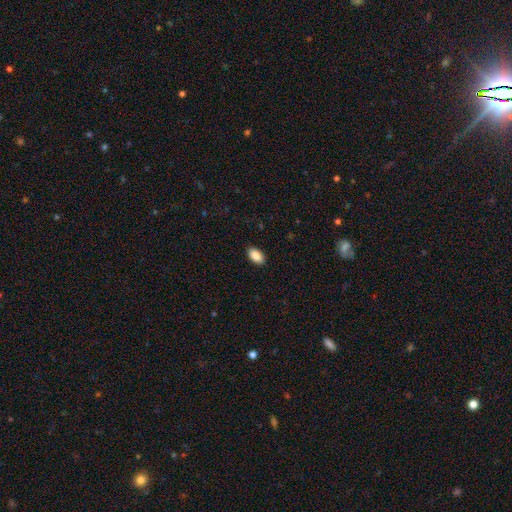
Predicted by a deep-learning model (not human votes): Smooth or featured?
  - smooth: 89% *
  - star or artifact: 7%
  - featured or disk: 4%
How rounded?
  - in between: 94% *
  - round: 4%
  - cigar-shaped: 2%
Merging?
  - none: 90% *
  - minor disturbance: 7%
  - major disturbance: 2%
  - merger: 1%